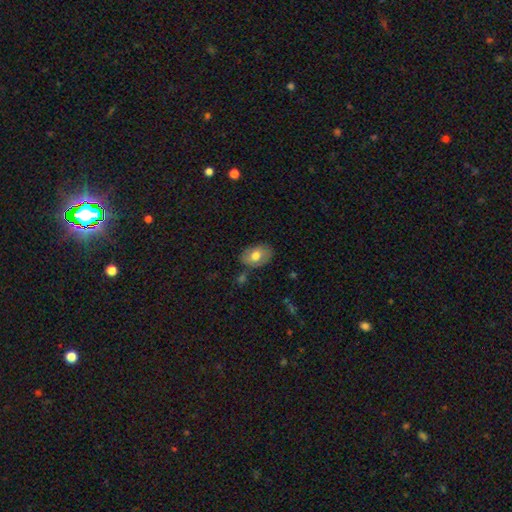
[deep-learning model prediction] smooth 71%, featured or disk 22%, star or artifact 7%. Down the decision tree: how rounded — in between (84%); merging — none (74%).